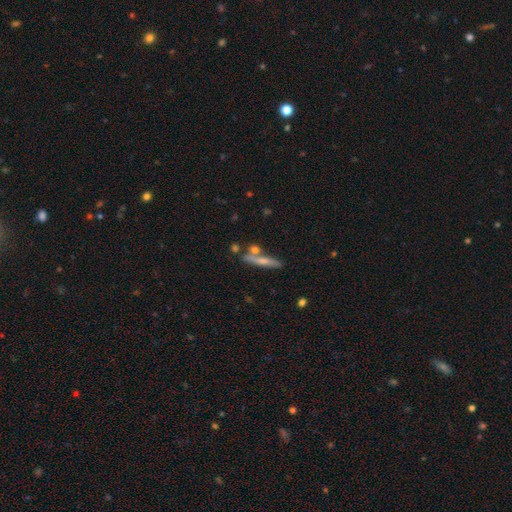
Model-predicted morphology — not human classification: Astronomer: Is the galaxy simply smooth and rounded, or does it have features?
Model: featured or disk — 49% (runner-up: smooth, 42%).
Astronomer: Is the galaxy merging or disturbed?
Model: none — 71%.